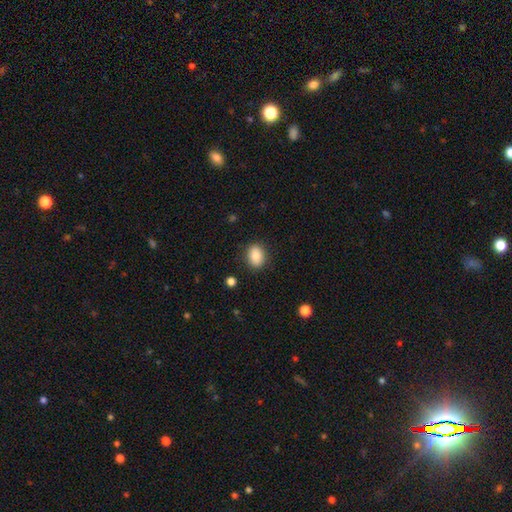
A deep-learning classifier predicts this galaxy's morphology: Q: Smooth or featured?
A: smooth (86%); runner-up: star or artifact (8%)
Q: How rounded?
A: in between (69%); runner-up: round (29%)
Q: Merging?
A: none (86%); runner-up: minor disturbance (10%)